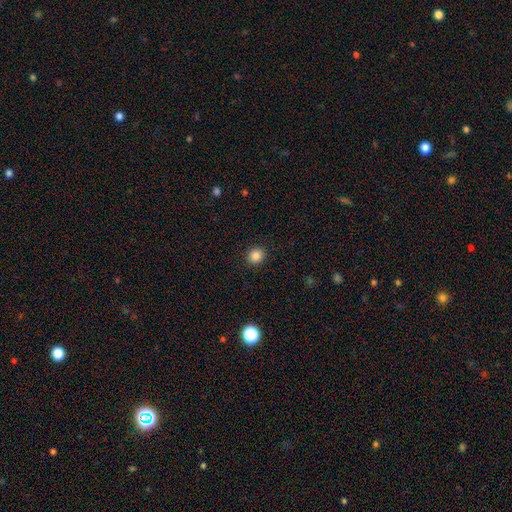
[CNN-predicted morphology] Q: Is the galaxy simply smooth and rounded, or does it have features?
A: smooth — 86%.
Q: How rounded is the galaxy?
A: round — 82%.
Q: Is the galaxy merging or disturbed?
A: none — 91%.